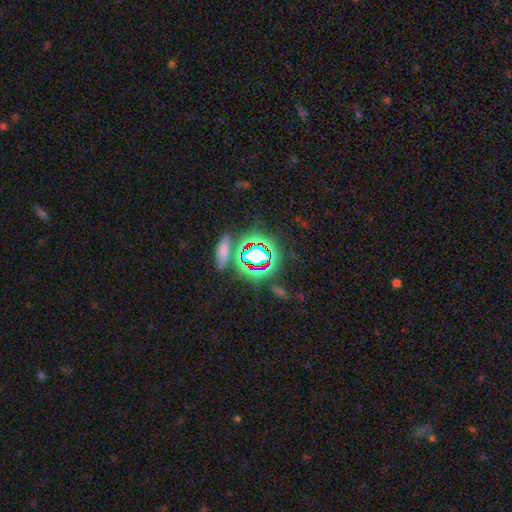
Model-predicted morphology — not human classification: star or artifact 63%, smooth 25%, featured or disk 12%.